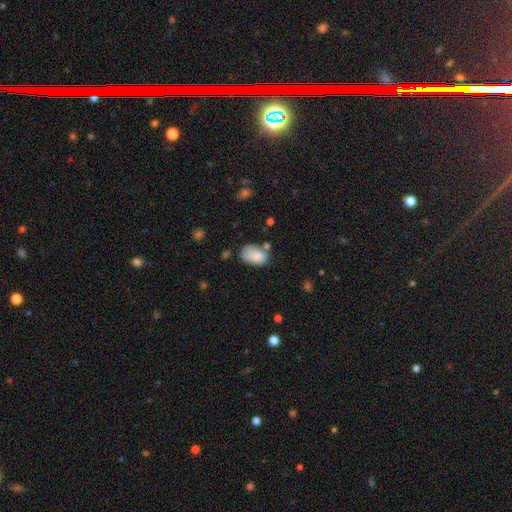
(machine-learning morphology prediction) This appears to be a smooth galaxy with no disk features (83%) that is in between round and cigar-shaped (89%). Merging: none (50%).